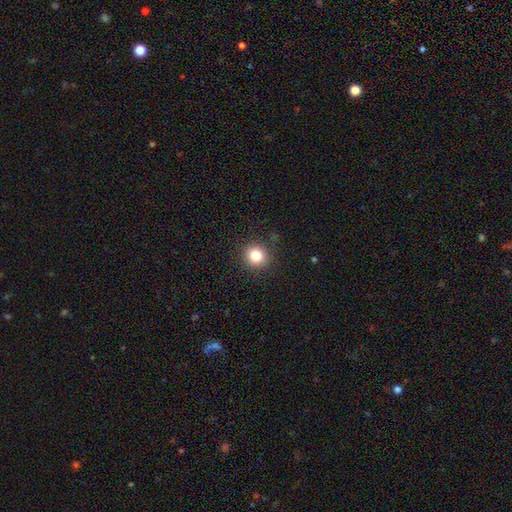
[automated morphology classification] smooth-or-featured: smooth: 82% | star or artifact: 12% | featured or disk: 6%
  how-rounded: round: 91% | in between: 8% | cigar-shaped: 1%
  merging: none: 90% | minor disturbance: 7% | major disturbance: 2% | merger: 1%